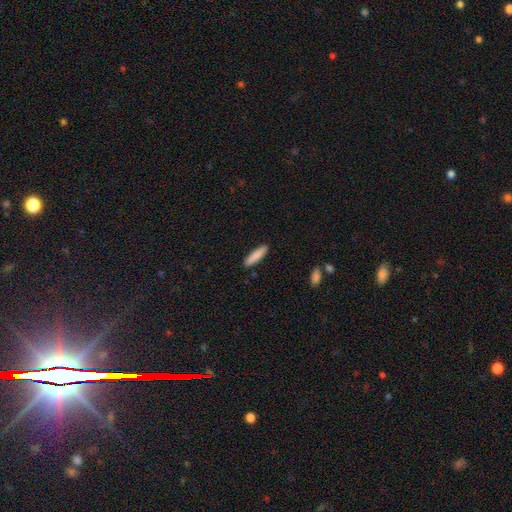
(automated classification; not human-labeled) Smooth or featured?
  - smooth: 87% *
  - featured or disk: 8%
  - star or artifact: 6%
How rounded?
  - cigar-shaped: 76% *
  - in between: 22%
  - round: 1%
Merging?
  - none: 90% *
  - minor disturbance: 7%
  - major disturbance: 2%
  - merger: 1%